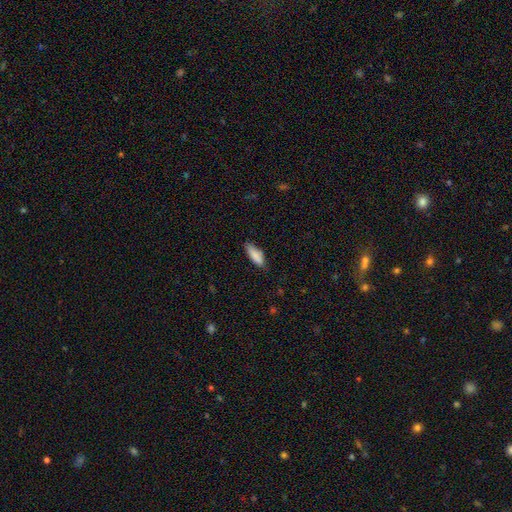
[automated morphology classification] The model was most divided on "how rounded": in between: 64%, cigar-shaped: 35%, round: 2%. More confident: smooth or featured — smooth (87%); merging — none (75%).